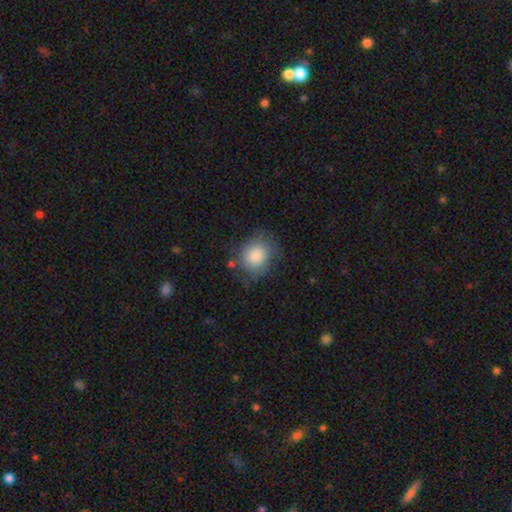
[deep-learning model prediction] A smooth galaxy with no disk features (80%) that is round (73%). Merging: none (66%).